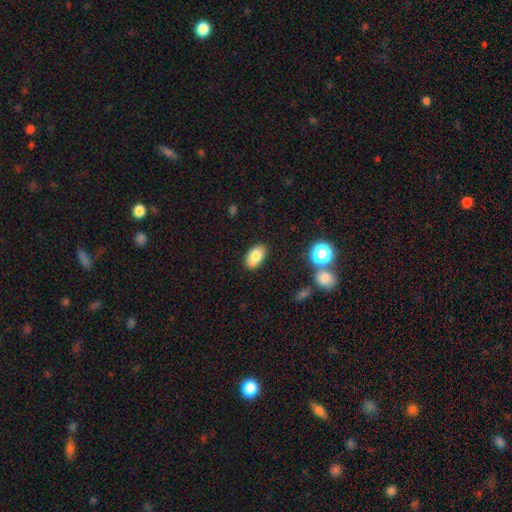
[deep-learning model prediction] This is clearly a smooth galaxy (82%). How rounded: clearly in between (91%). Merging: clearly none (83%).